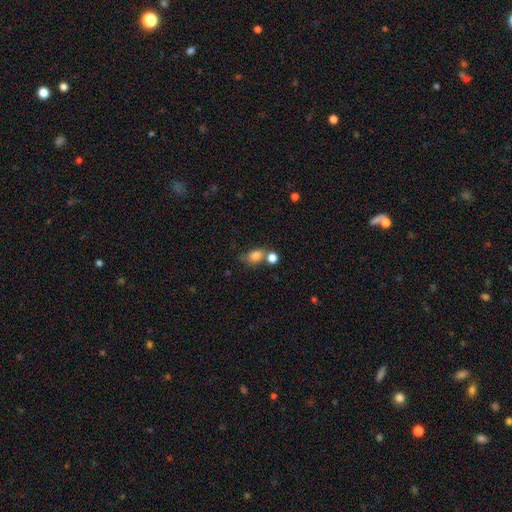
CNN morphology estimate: type=smooth (80%); roundness=in between (59%); merging=none (48%).